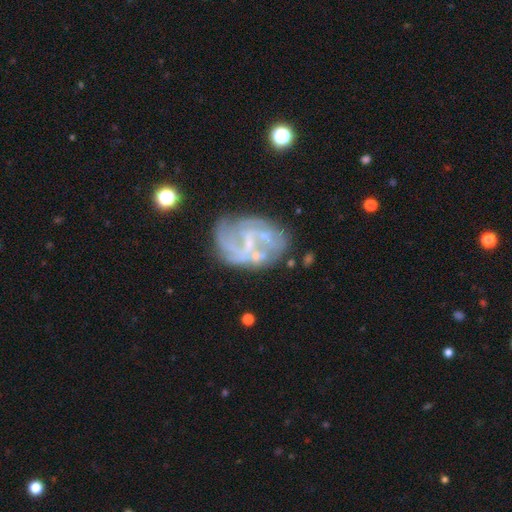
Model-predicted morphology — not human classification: Overall: featured or disk (77%). Edge-on disk: no (98%). Bar: weak (45%; no 33%). Spiral arms: yes (74%). Spiral arm count: 2 (35%; can't tell 30%). Spiral winding: medium (40%; loose 34%). Bulge size: small (48%; none 34%). Merging: none (49%; minor disturbance 22%).